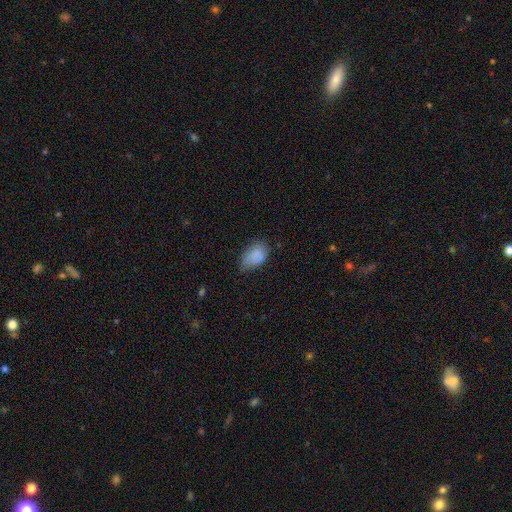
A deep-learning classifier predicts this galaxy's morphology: smooth 83%, star or artifact 8%, featured or disk 8%. Down the decision tree: how rounded — in between (88%); merging — none (55%).